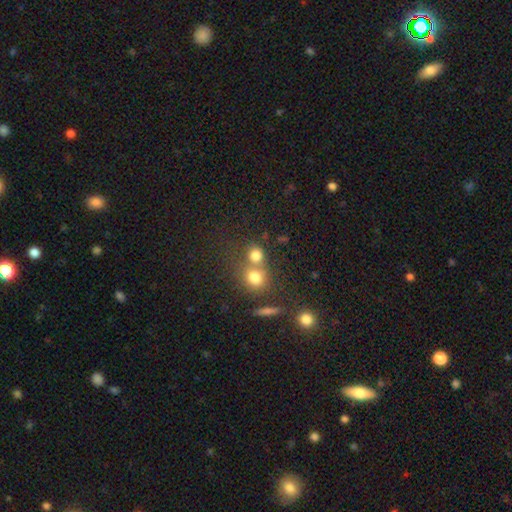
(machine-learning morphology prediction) Q: Smooth or featured?
A: smooth (77%); runner-up: star or artifact (13%)
Q: How rounded?
A: round (77%); runner-up: in between (21%)
Q: Merging?
A: merger (45%); runner-up: none (44%)